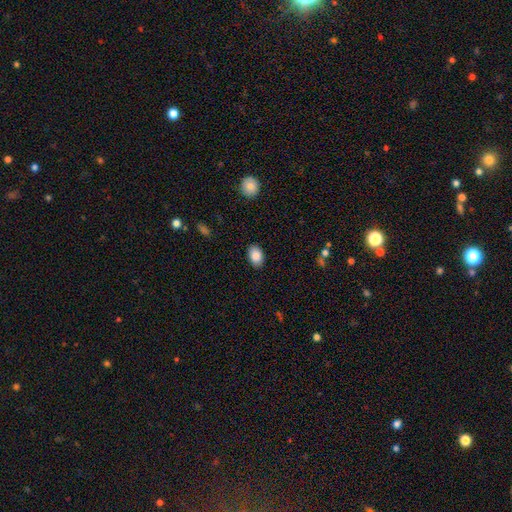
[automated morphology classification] Smooth or featured: smooth — 88% (star or artifact — 7%)
How rounded: in between — 86% (round — 13%)
Merging: none — 88% (minor disturbance — 9%)